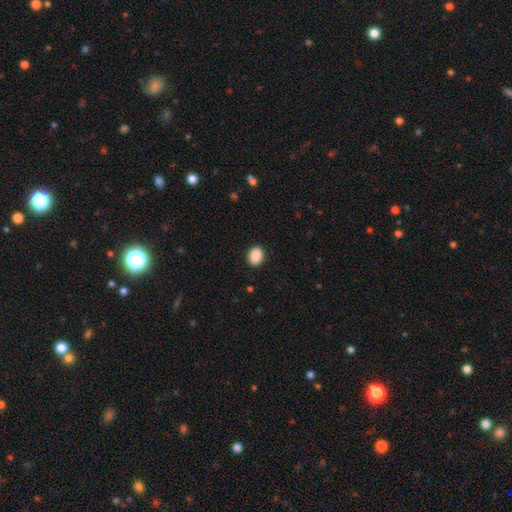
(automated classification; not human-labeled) The model was most divided on "how rounded": in between: 62%, round: 37%, cigar-shaped: 1%. More confident: merging — none (91%); smooth or featured — smooth (90%).